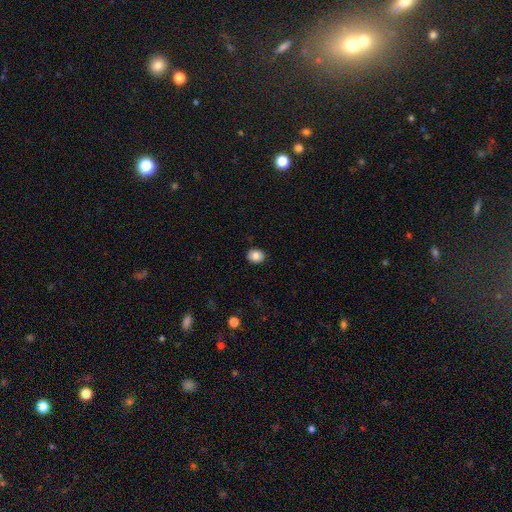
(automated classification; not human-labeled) This appears to be a smooth galaxy with no disk features (85%) that is round (66%). Merging: none (90%).